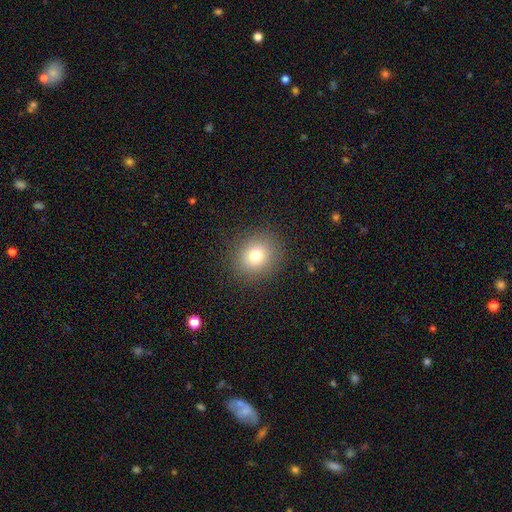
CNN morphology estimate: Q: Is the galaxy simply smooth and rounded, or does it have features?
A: smooth — 76%.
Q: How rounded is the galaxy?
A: round — 83%.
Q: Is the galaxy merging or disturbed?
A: none — 89%.